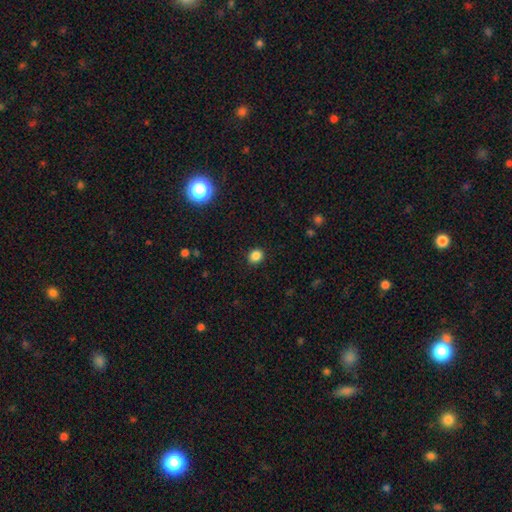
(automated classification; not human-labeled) smooth-or-featured: smooth: 85% | star or artifact: 12% | featured or disk: 3%
  how-rounded: round: 76% | in between: 23% | cigar-shaped: 1%
  merging: none: 90% | minor disturbance: 7% | major disturbance: 2% | merger: 1%